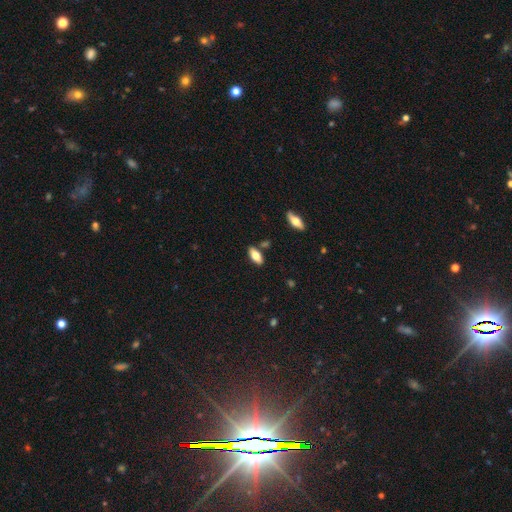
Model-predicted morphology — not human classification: smooth 72%, featured or disk 21%, star or artifact 7%. Down the decision tree: how rounded — in between (85%); merging — none (82%).